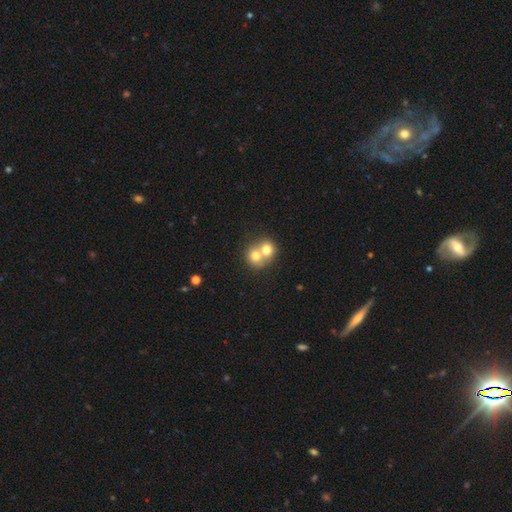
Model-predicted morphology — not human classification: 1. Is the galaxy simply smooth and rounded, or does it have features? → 71% smooth, 20% featured or disk, 10% star or artifact.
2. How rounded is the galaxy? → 74% round, 25% in between, 1% cigar-shaped.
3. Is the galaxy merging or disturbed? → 72% merger, 22% none, 4% minor disturbance, 2% major disturbance.